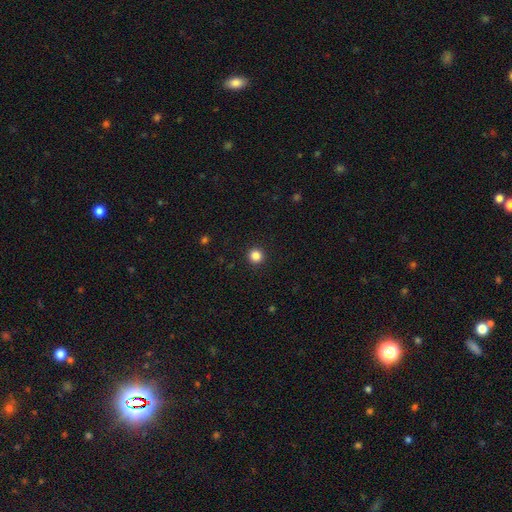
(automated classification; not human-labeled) smooth 85%, star or artifact 12%, featured or disk 3%. Down the decision tree: how rounded — round (95%); merging — none (93%).